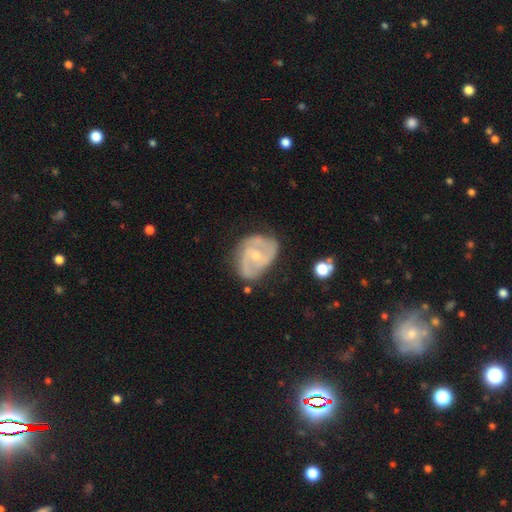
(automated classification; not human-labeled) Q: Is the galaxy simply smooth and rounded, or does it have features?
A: featured or disk — 82%.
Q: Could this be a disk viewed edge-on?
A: no — 98%.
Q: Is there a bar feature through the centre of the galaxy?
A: no — 51%.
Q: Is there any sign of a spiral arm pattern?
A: yes — 91%.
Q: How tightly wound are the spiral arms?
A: medium — 49%.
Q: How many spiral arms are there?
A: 2 — 66%.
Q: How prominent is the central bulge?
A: small — 56%.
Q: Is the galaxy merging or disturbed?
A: none — 62%.